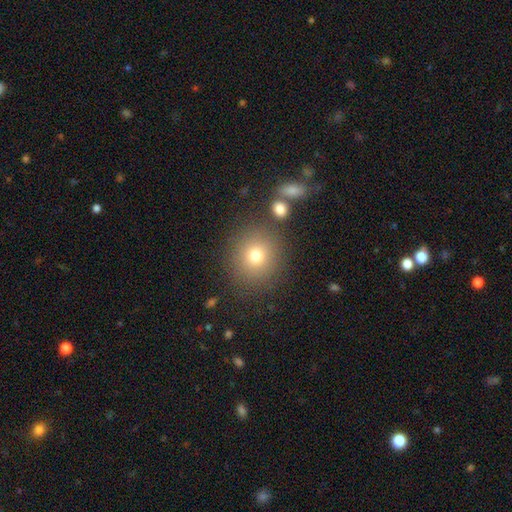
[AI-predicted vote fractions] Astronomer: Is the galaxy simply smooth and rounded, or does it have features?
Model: smooth — 74%.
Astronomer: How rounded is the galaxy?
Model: round — 88%.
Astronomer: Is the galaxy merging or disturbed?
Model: none — 83%.